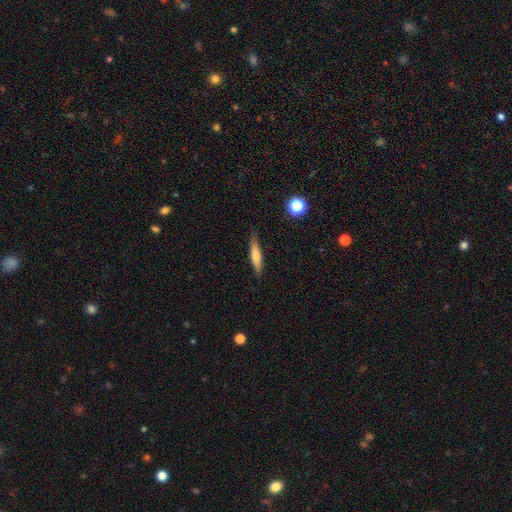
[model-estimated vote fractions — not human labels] Morphology: type=smooth (63%); roundness=cigar-shaped (83%); merging=none (82%).